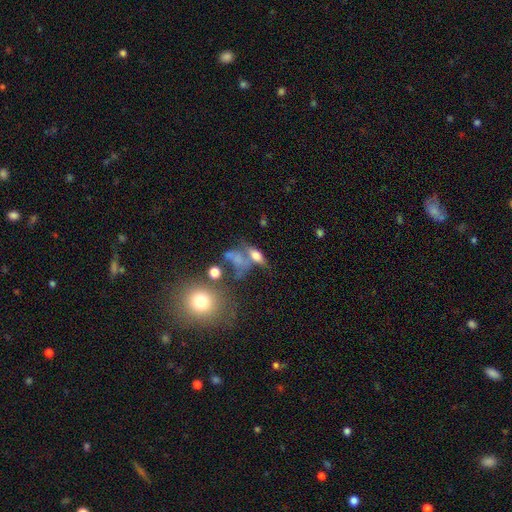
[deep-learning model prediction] Morphology: type=smooth (55%); roundness=in between (67%); merging=none (36%).